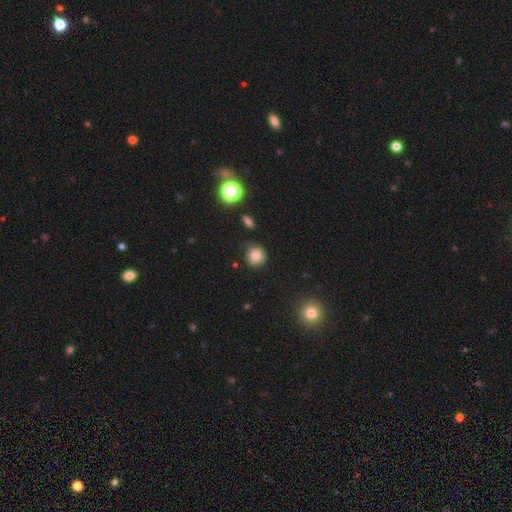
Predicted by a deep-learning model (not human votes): Morphology: type=smooth (80%); roundness=round (90%); merging=none (80%).